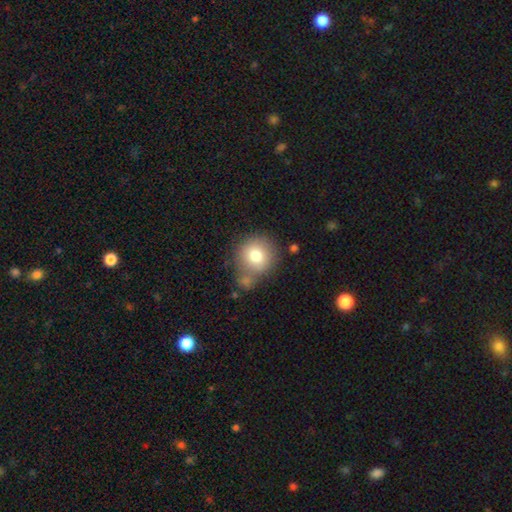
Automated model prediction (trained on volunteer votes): smooth-or-featured: smooth: 79% | featured or disk: 12% | star or artifact: 9%
  how-rounded: round: 89% | in between: 10% | cigar-shaped: 1%
  merging: none: 60% | merger: 19% | minor disturbance: 16% | major disturbance: 6%